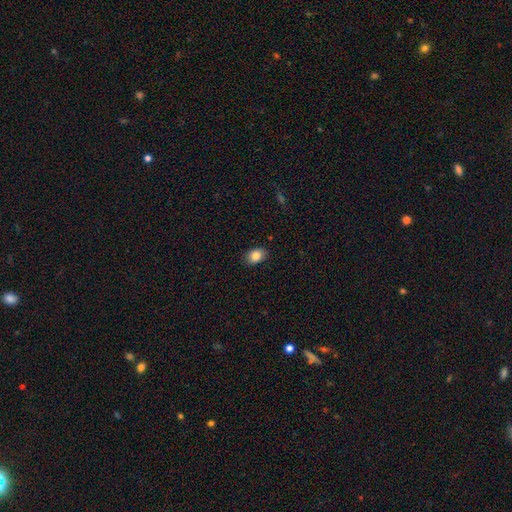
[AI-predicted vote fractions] smooth 86%, star or artifact 8%, featured or disk 5%. Down the decision tree: how rounded — in between (78%); merging — none (86%).